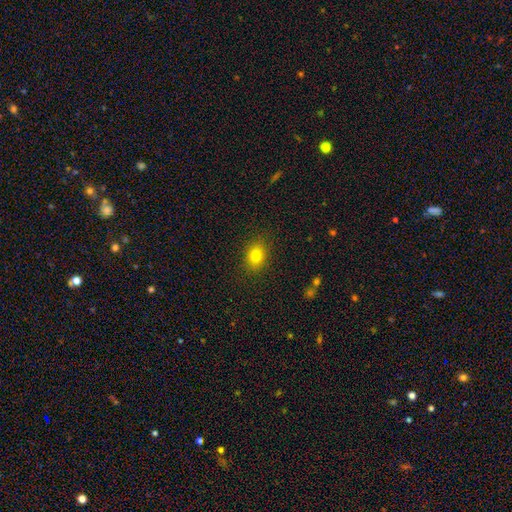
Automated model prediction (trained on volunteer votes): This is likely a smooth galaxy (80%). How rounded: possibly in between (59%). Merging: clearly none (88%).